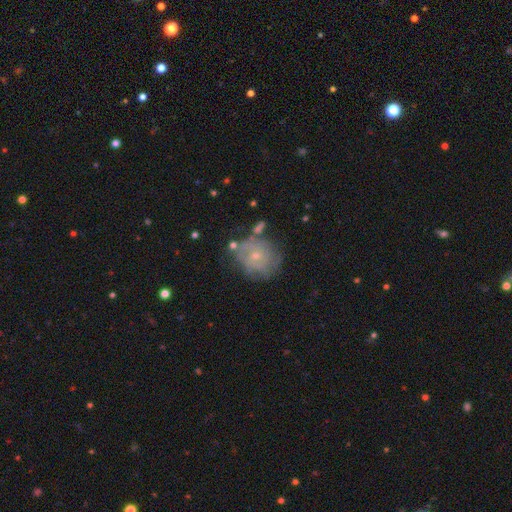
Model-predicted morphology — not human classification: This is likely a featured or disk galaxy (61%). It is clearly not viewed edge-on (97%). Bar: likely no (79%). Spiral arm pattern: likely yes (71%). Central bulge: likely small (71%). Merging: possibly none (58%).